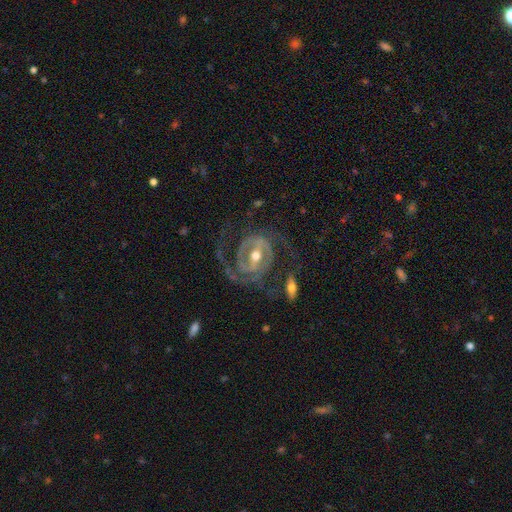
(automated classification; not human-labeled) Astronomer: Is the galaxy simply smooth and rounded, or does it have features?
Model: featured or disk — 91%.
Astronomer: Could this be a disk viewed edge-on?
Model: no — 96%.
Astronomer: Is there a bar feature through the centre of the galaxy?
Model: strong — 54% (runner-up: weak, 34%).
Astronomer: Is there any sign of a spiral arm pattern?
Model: yes — 95%.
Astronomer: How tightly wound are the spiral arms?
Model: medium — 49% (runner-up: tight, 32%).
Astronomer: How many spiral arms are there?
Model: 2 — 73%.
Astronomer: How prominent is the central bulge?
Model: moderate — 72%.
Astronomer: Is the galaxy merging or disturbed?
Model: none — 63%.